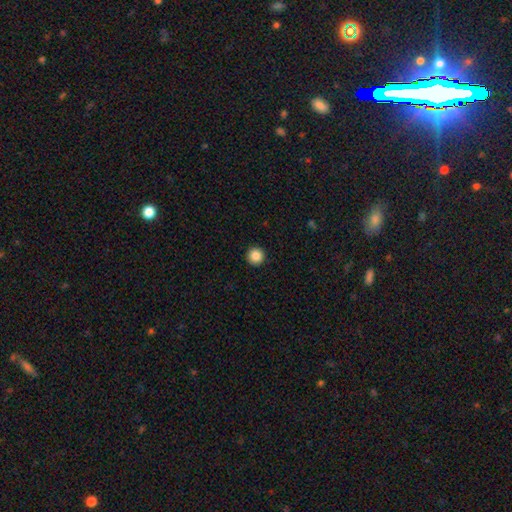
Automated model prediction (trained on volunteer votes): Smooth or featured: smooth — 87% (star or artifact — 10%)
How rounded: round — 96% (in between — 3%)
Merging: none — 94% (minor disturbance — 4%)